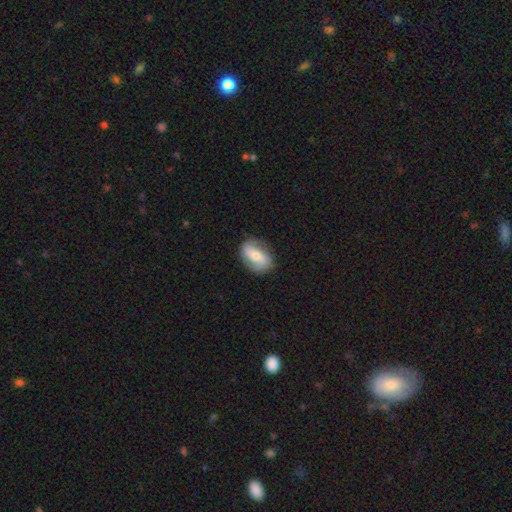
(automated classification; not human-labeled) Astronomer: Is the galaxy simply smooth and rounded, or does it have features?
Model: featured or disk — 51% (runner-up: smooth, 43%).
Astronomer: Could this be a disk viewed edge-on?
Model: no — 93%.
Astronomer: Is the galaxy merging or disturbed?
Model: none — 80%.